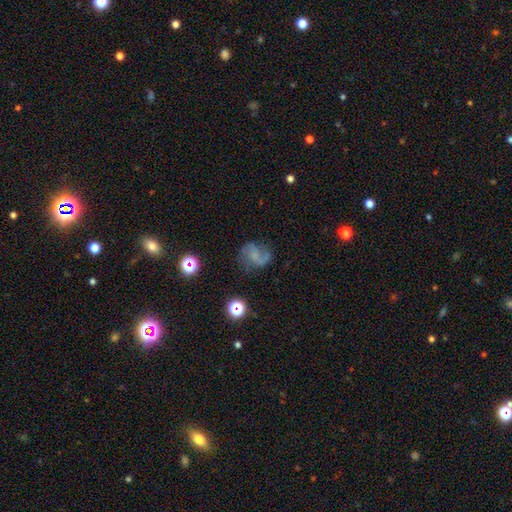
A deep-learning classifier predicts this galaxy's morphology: Q: Smooth or featured?
A: featured or disk (62%); runner-up: smooth (24%)
Q: Edge-on disk?
A: no (98%); runner-up: yes (2%)
Q: Bar?
A: no (57%); runner-up: weak (34%)
Q: Spiral arms?
A: yes (89%); runner-up: no (11%)
Q: Spiral winding?
A: loose (48%); runner-up: medium (39%)
Q: Spiral arm count?
A: 2 (77%); runner-up: 1 (11%)
Q: Bulge size?
A: none (55%); runner-up: small (29%)
Q: Merging?
A: none (60%); runner-up: minor disturbance (20%)